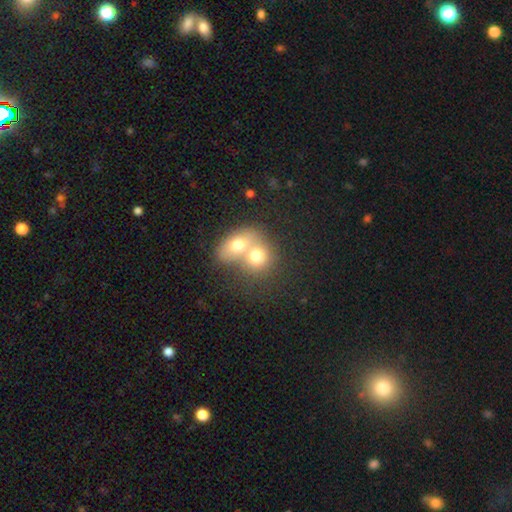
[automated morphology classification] A smooth galaxy with no disk features (67%) that is round (60%).

Vote fractions:
- Smooth or featured? smooth: 67% / featured or disk: 23% / star or artifact: 10%
- How rounded? round: 60% / in between: 38% / cigar-shaped: 1%
- Merging? merger: 72% / none: 19% / minor disturbance: 5% / major disturbance: 3%